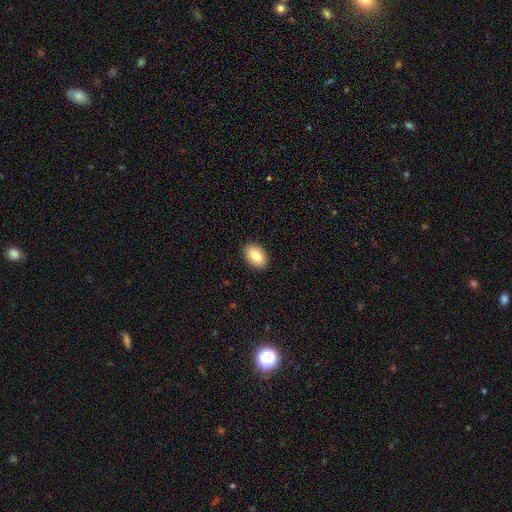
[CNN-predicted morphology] smooth_or_featured: smooth (p=0.84) [alt: featured or disk p=0.09]
how_rounded: in between (p=0.90) [alt: round p=0.08]
merging: none (p=0.90) [alt: minor disturbance p=0.07]